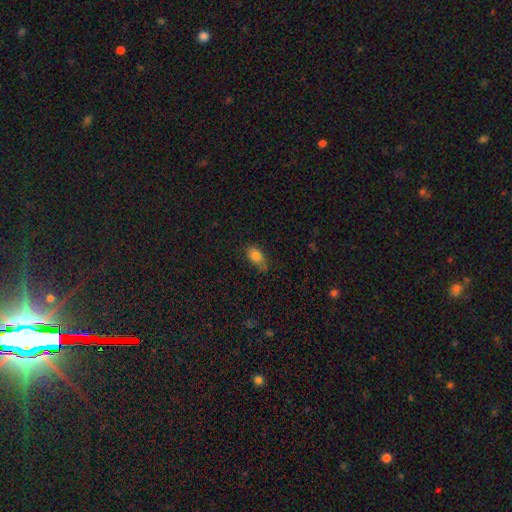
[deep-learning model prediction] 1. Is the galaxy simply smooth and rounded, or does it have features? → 84% smooth, 10% star or artifact, 6% featured or disk.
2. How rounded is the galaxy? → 87% in between, 8% round, 5% cigar-shaped.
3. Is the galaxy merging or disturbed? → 56% none, 33% minor disturbance, 9% major disturbance, 3% merger.